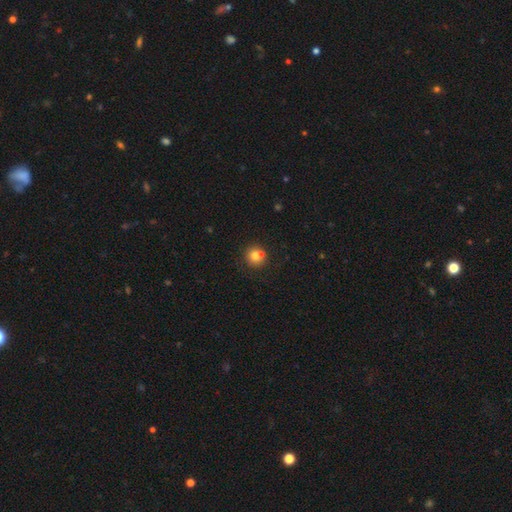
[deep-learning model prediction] This appears to be a smooth galaxy with no disk features (74%) that is round (91%). Merging: none (60%).